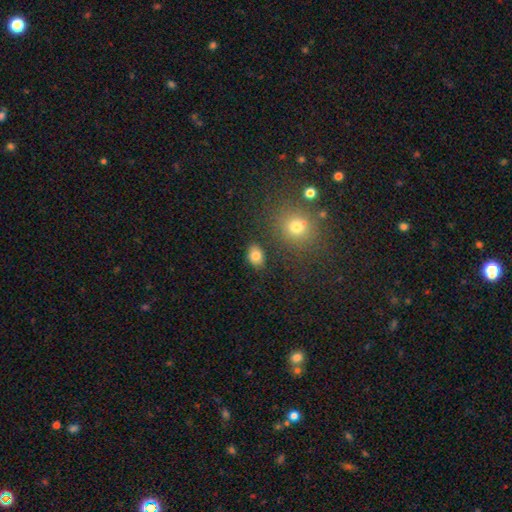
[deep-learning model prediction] The model was most divided on "how rounded": in between: 77%, round: 22%, cigar-shaped: 1%. More confident: merging — none (83%); smooth or featured — smooth (82%).